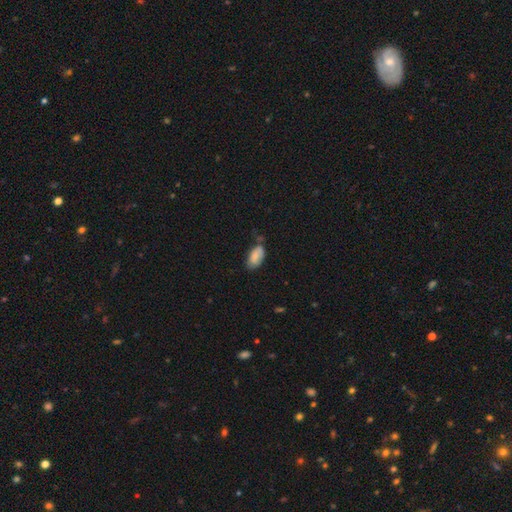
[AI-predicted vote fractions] This appears to be a smooth galaxy with no disk features (82%) that is in between round and cigar-shaped (94%). Merging: none (52%).